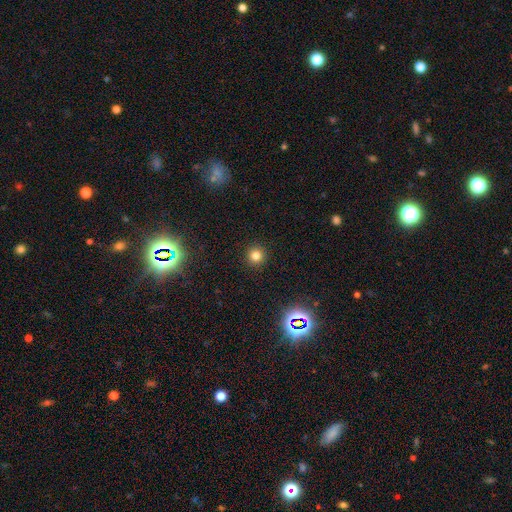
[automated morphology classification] smooth_or_featured: smooth (p=0.78) [alt: star or artifact p=0.16]
how_rounded: round (p=0.95) [alt: in between p=0.04]
merging: none (p=0.92) [alt: minor disturbance p=0.05]